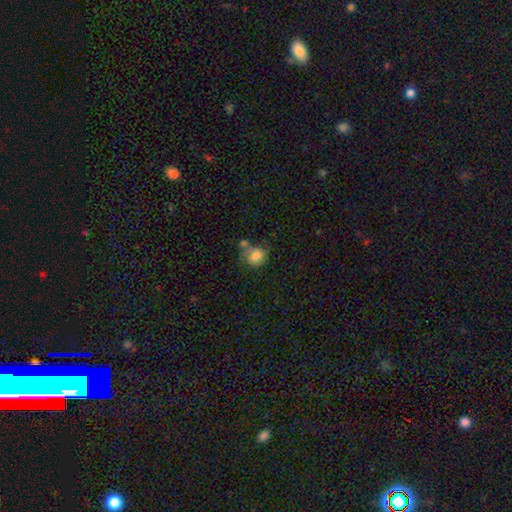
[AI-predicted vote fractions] Smooth or featured? smooth (78%)
How rounded? round (70%)
Merging? none (45%)